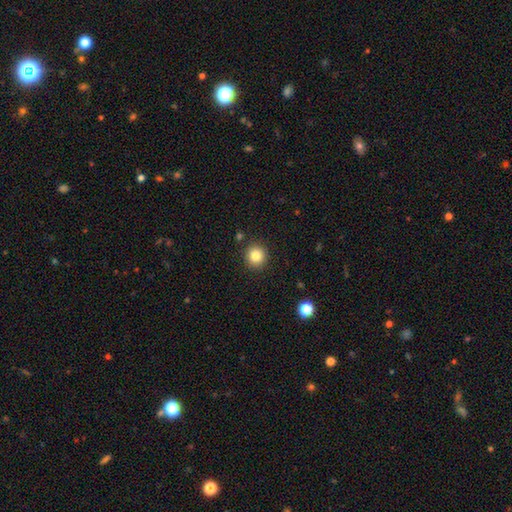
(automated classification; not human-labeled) A smooth galaxy with no disk features (83%) that is round (93%).

Vote fractions:
- Smooth or featured? smooth: 83% / star or artifact: 11% / featured or disk: 6%
- How rounded? round: 93% / in between: 6% / cigar-shaped: 1%
- Merging? none: 90% / minor disturbance: 6% / major disturbance: 2% / merger: 2%